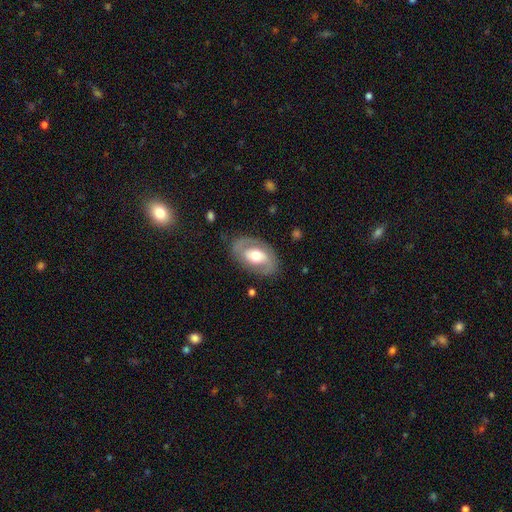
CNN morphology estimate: This appears to be a featured or disk galaxy (64%) with no bar (54%), spiral arms (60%) and a moderate central bulge (62%). Merging: none (76%).